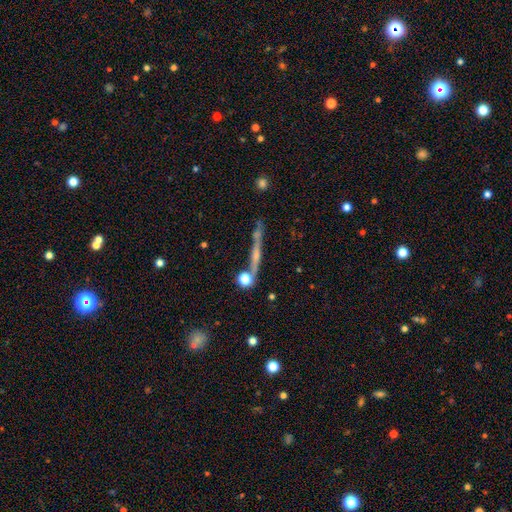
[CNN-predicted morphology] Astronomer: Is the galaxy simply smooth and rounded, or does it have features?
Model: featured or disk — 63%.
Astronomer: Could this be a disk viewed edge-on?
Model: yes — 95%.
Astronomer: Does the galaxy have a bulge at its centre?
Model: rounded — 49% (runner-up: none, 41%).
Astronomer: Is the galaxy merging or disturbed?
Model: none — 77%.